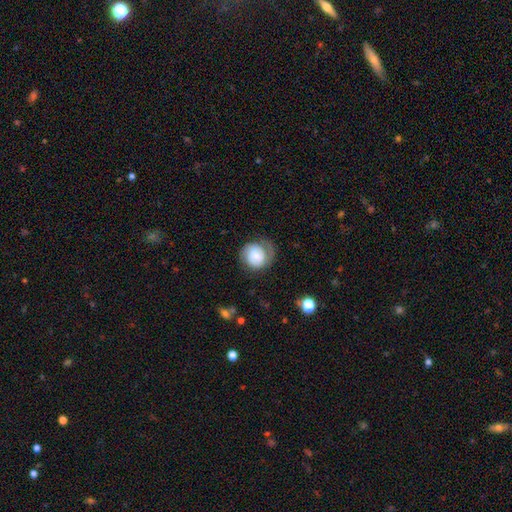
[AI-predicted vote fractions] smooth 49%, featured or disk 43%, star or artifact 7%. Down the decision tree: merging — none (56%).